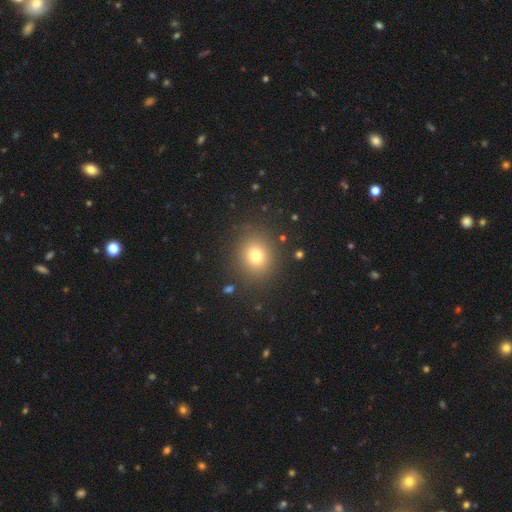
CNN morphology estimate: Smooth or featured? smooth (76%)
How rounded? round (77%)
Merging? none (88%)